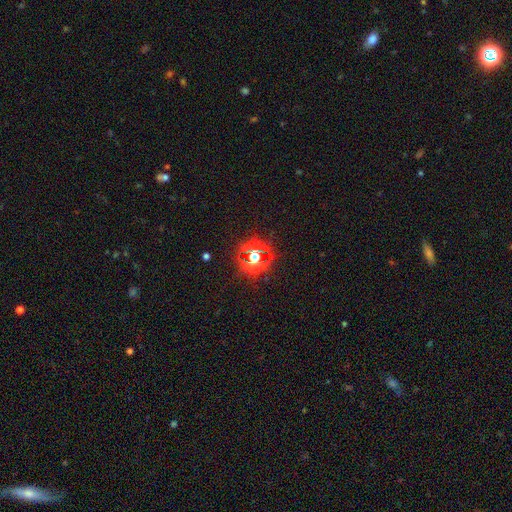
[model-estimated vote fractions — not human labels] This appears to be a star or artifact, not a galaxy (66%).